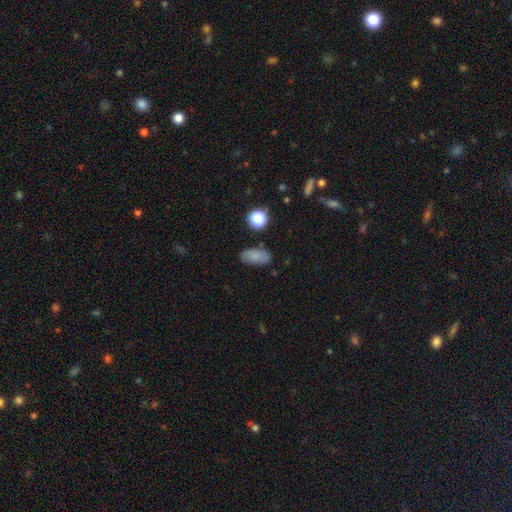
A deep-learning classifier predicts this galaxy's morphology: type=smooth (80%); roundness=in between (88%); merging=none (79%).